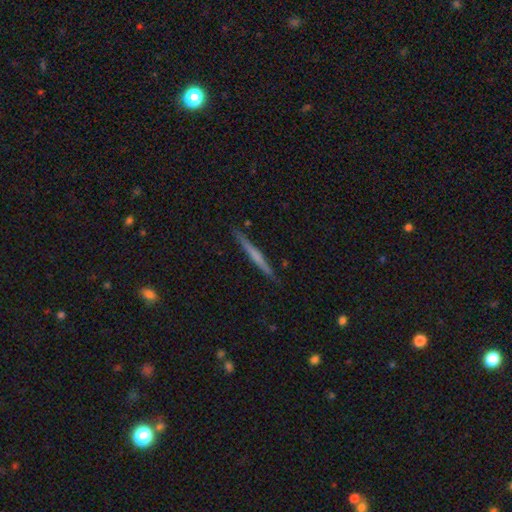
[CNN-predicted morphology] Smooth or featured? featured or disk (51%)
Edge-on disk? yes (97%)
Merging? none (89%)